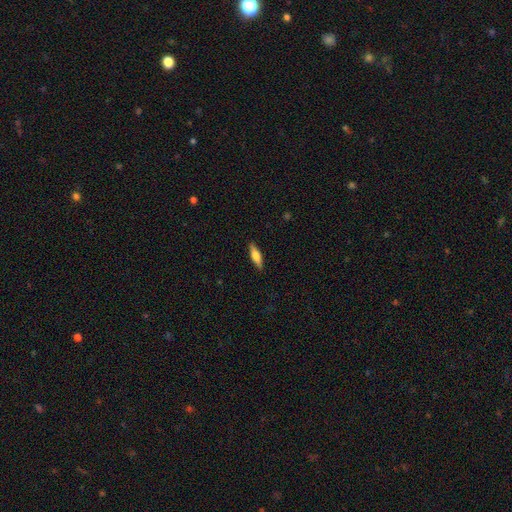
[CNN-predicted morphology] Overall: smooth (66%; featured or disk 28%). How rounded: cigar-shaped (63%; in between 35%). Merging: none (89%).